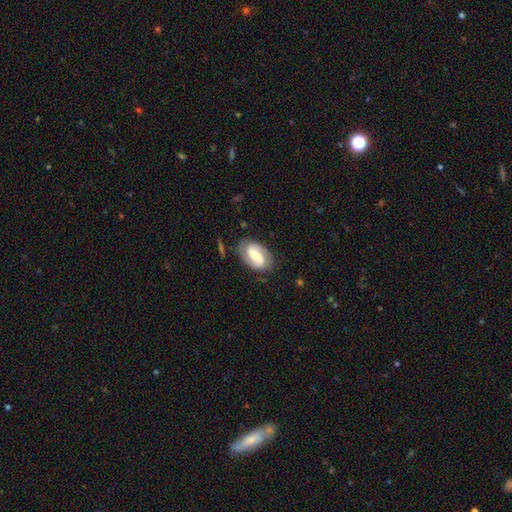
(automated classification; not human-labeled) Smooth or featured? featured or disk (79%)
Edge-on disk? no (97%)
Bar? weak (42%)
Spiral arms? yes (95%)
Spiral winding? medium (44%)
Spiral arm count? 2 (89%)
Bulge size? moderate (49%)
Merging? none (80%)